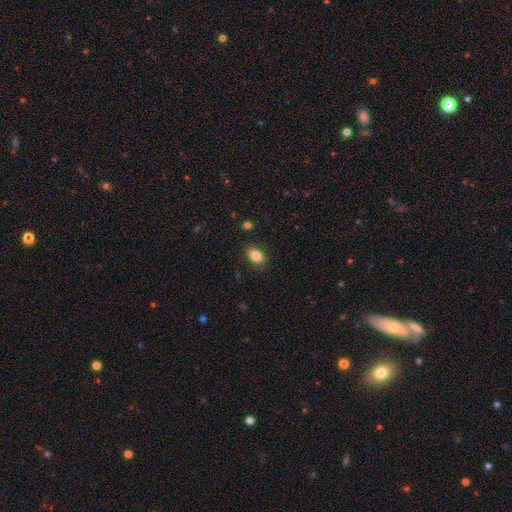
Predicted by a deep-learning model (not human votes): A smooth galaxy with no disk features (84%) that is in between round and cigar-shaped (83%).

Vote fractions:
- Smooth or featured? smooth: 84% / star or artifact: 8% / featured or disk: 7%
- How rounded? in between: 83% / round: 16% / cigar-shaped: 1%
- Merging? none: 87% / minor disturbance: 10% / major disturbance: 2% / merger: 1%